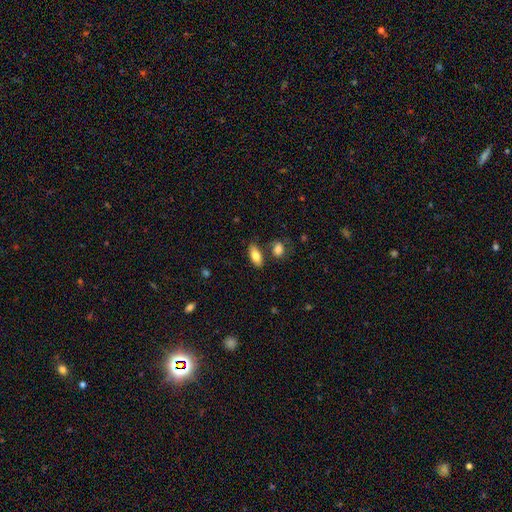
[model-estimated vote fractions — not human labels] Smooth or featured? smooth (80%)
How rounded? in between (86%)
Merging? none (74%)